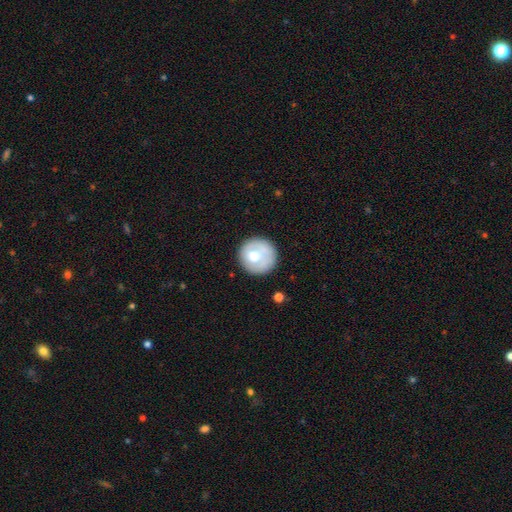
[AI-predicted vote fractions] Q: Smooth or featured?
A: smooth (65%); runner-up: featured or disk (28%)
Q: How rounded?
A: round (93%); runner-up: in between (6%)
Q: Merging?
A: none (78%); runner-up: minor disturbance (14%)